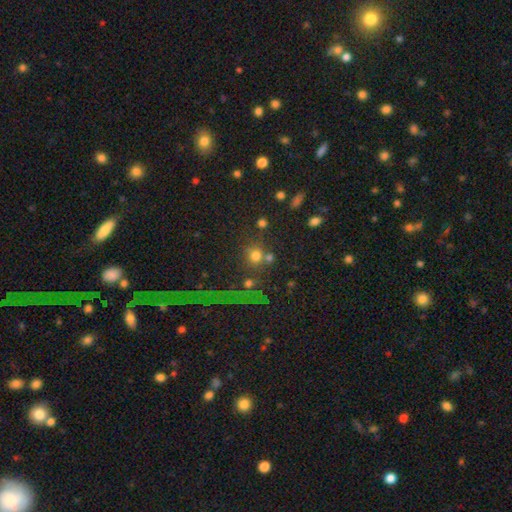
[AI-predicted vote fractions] Smooth or featured? smooth (73%)
How rounded? round (87%)
Merging? none (63%)